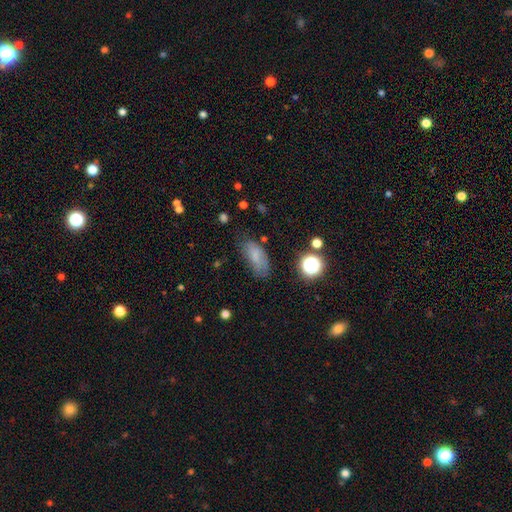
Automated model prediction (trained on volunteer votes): This appears to be a smooth galaxy with no disk features (70%) that is in between round and cigar-shaped (84%). Merging: none (62%).